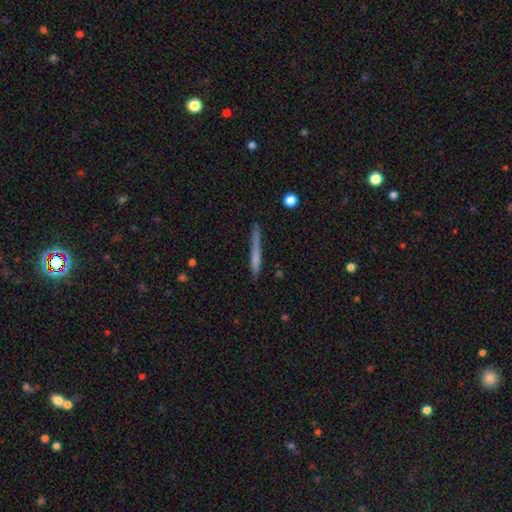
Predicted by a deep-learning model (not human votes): A smooth galaxy with no disk features (63%) that is cigar-shaped (96%).

Vote fractions:
- Smooth or featured? smooth: 63% / featured or disk: 30% / star or artifact: 7%
- How rounded? cigar-shaped: 96% / in between: 2% / round: 2%
- Merging? none: 79% / minor disturbance: 15% / major disturbance: 4% / merger: 2%